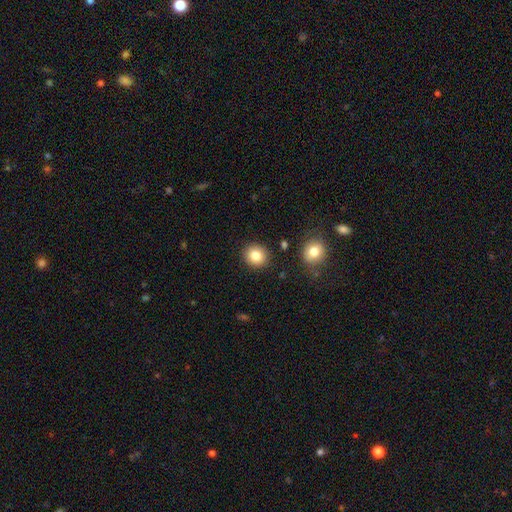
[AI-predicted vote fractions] Smooth or featured? smooth (82%)
How rounded? round (87%)
Merging? none (89%)